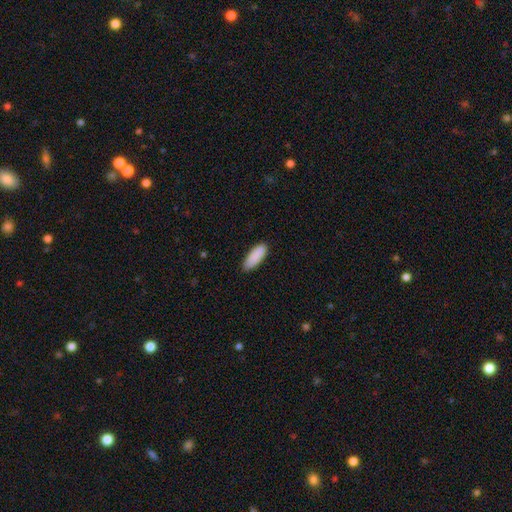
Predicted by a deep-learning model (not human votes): A smooth galaxy with no disk features (90%) that is in between round and cigar-shaped (68%). Merging: none (85%).